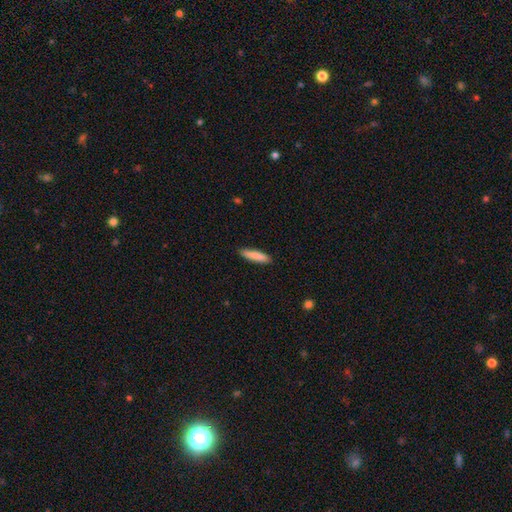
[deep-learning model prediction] Smooth or featured? Predicted: smooth (p=0.85). How rounded? Predicted: cigar-shaped (p=0.82). Merging? Predicted: none (p=0.88).